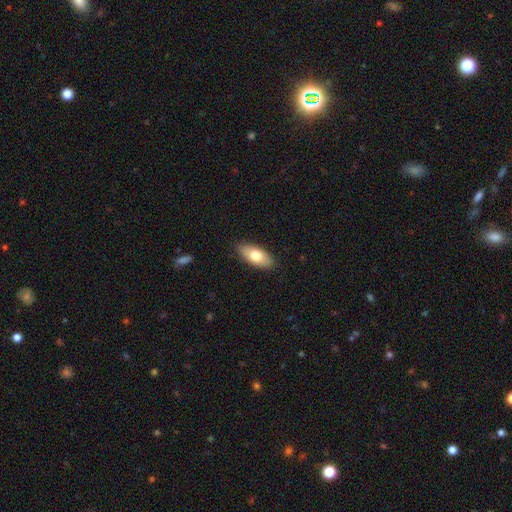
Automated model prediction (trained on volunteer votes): Smooth or featured: smooth — 74% (featured or disk — 20%)
How rounded: in between — 88% (cigar-shaped — 10%)
Merging: none — 88% (minor disturbance — 9%)